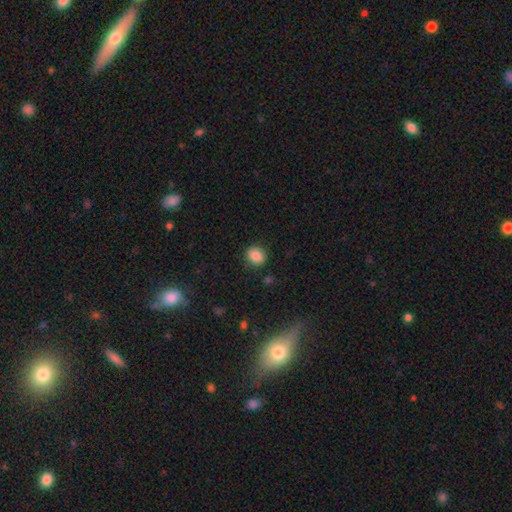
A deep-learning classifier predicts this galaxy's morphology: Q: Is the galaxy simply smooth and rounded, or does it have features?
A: smooth — 85%.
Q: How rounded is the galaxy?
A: round — 76%.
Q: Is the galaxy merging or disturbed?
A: none — 87%.